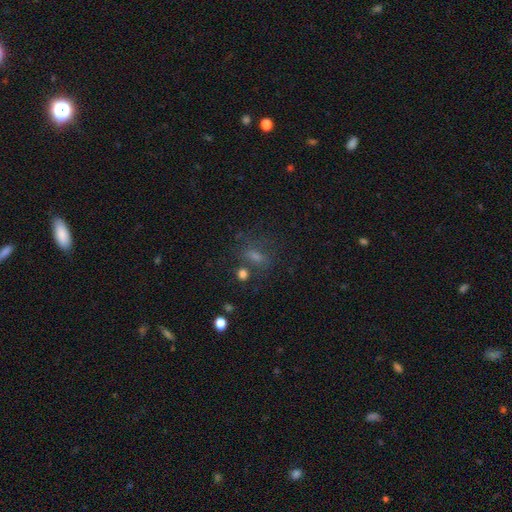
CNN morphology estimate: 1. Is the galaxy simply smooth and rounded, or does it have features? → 57% smooth, 23% star or artifact, 21% featured or disk.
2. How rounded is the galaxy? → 62% in between, 21% round, 17% cigar-shaped.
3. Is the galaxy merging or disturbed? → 61% none, 17% minor disturbance, 14% major disturbance, 9% merger.